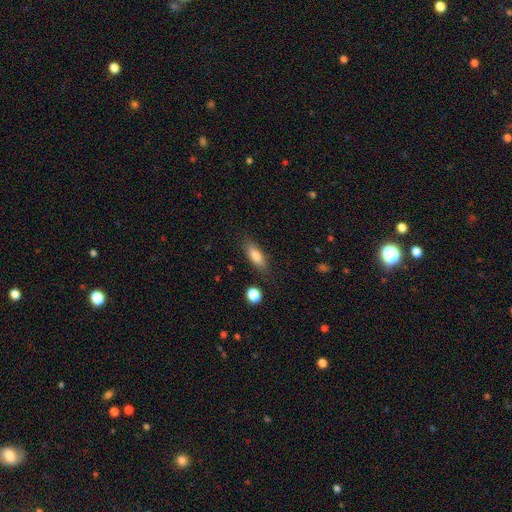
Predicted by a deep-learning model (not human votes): Overall: smooth (80%). How rounded: in between (63%; cigar-shaped 34%). Merging: none (82%).